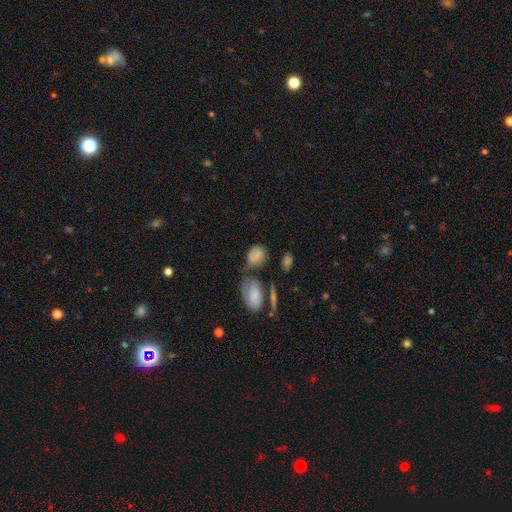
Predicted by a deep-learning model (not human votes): smooth-or-featured: smooth: 76% | featured or disk: 14% | star or artifact: 11%
  how-rounded: in between: 62% | round: 36% | cigar-shaped: 2%
  merging: none: 46% | minor disturbance: 22% | merger: 20% | major disturbance: 12%